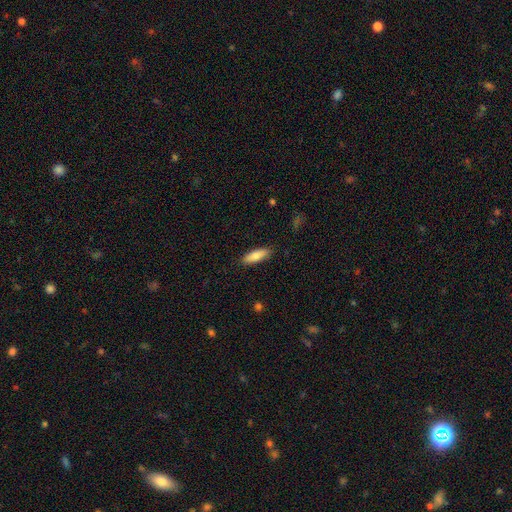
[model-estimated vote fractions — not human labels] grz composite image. It shows a smooth galaxy with no disk features (81%) that is in between round and cigar-shaped (51%). Merging: none (88%).